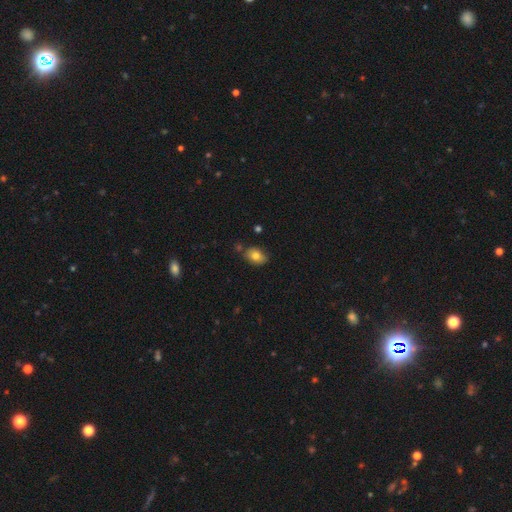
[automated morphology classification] Smooth or featured?
  - smooth: 78% *
  - featured or disk: 13%
  - star or artifact: 9%
How rounded?
  - in between: 79% *
  - round: 19%
  - cigar-shaped: 1%
Merging?
  - none: 73% *
  - minor disturbance: 18%
  - merger: 5%
  - major disturbance: 3%